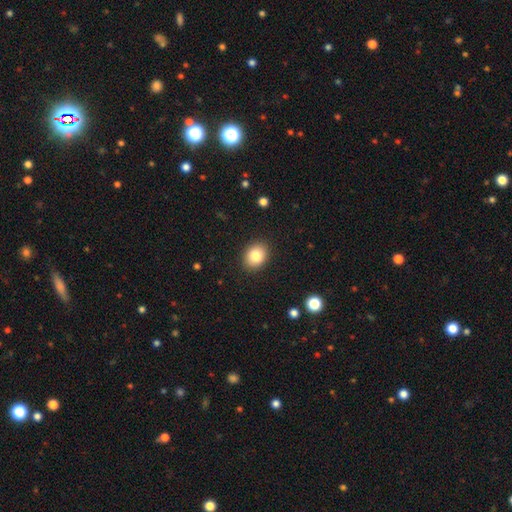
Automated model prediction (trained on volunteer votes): A smooth galaxy with no disk features (82%) that is in between round and cigar-shaped (50%). Merging: none (90%).